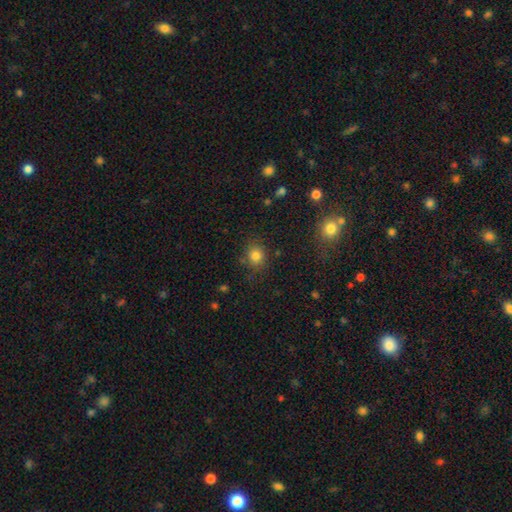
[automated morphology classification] This is clearly a smooth galaxy (81%). How rounded: likely round (74%). Merging: clearly none (81%).